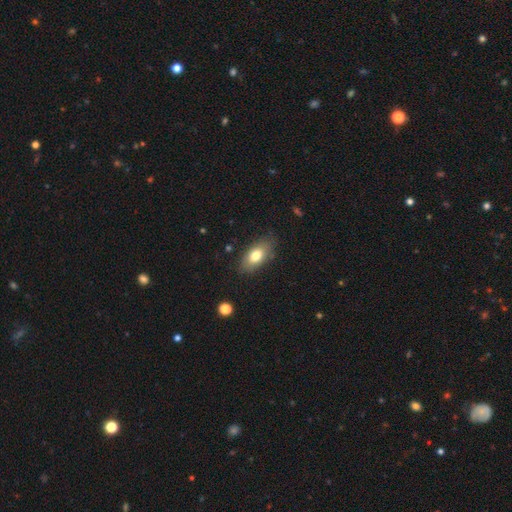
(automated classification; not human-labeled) smooth-or-featured: smooth: 76% | featured or disk: 17% | star or artifact: 7%
  how-rounded: in between: 89% | cigar-shaped: 6% | round: 5%
  merging: none: 80% | minor disturbance: 15% | major disturbance: 4% | merger: 1%